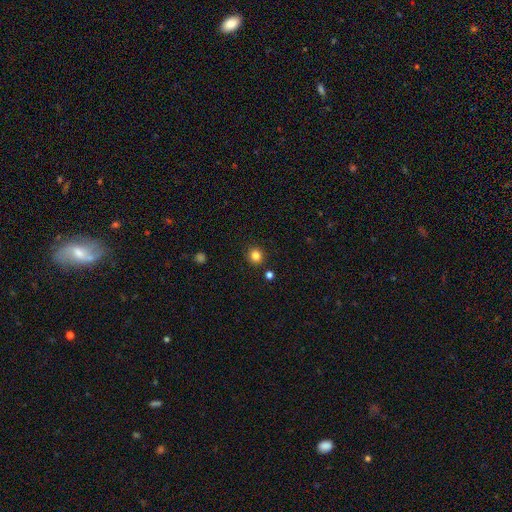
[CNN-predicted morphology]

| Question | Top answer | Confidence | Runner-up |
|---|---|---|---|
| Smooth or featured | smooth | 83% | star or artifact (12%) |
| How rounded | round | 91% | in between (8%) |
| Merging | none | 90% | minor disturbance (5%) |